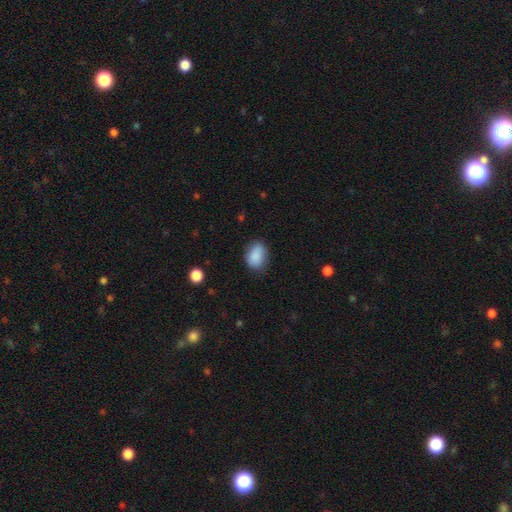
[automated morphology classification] Smooth or featured?
  - smooth: 88% *
  - star or artifact: 8%
  - featured or disk: 4%
How rounded?
  - in between: 79% *
  - round: 20%
  - cigar-shaped: 1%
Merging?
  - none: 75% *
  - minor disturbance: 19%
  - major disturbance: 4%
  - merger: 1%